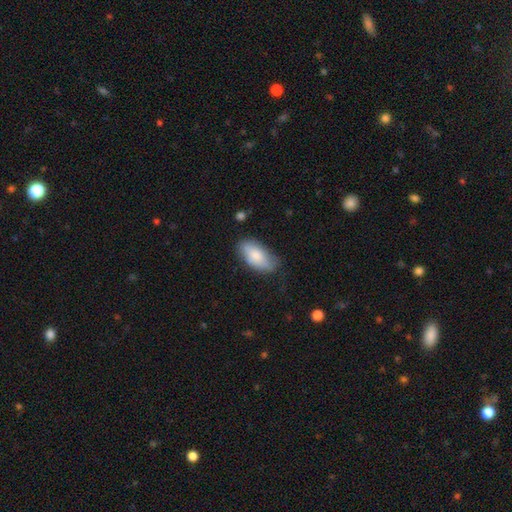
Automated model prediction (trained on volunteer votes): Smooth or featured?
  - smooth: 79% *
  - featured or disk: 15%
  - star or artifact: 6%
How rounded?
  - in between: 93% *
  - cigar-shaped: 4%
  - round: 3%
Merging?
  - none: 69% *
  - minor disturbance: 24%
  - major disturbance: 5%
  - merger: 2%